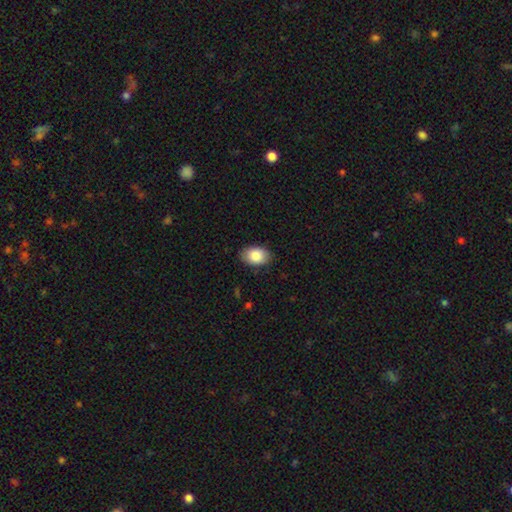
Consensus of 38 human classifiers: Smooth or featured: smooth — 87% (featured or disk — 8%)
How rounded: in between — 88% (round — 12%)
Merging: none — 89% (minor disturbance — 6%)